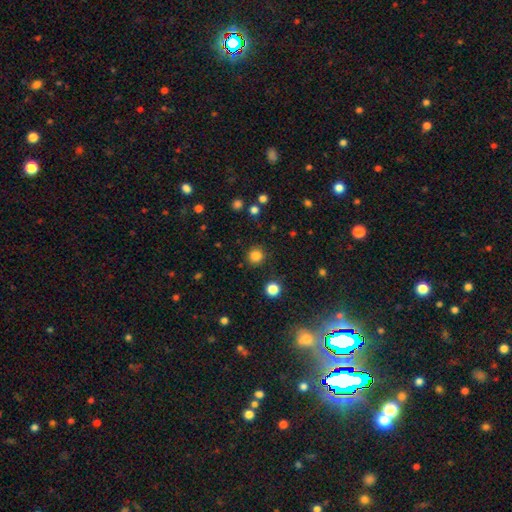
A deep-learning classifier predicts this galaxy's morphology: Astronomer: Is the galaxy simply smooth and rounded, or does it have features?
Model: smooth — 83%.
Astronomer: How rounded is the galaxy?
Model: round — 94%.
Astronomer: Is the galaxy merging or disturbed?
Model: none — 90%.